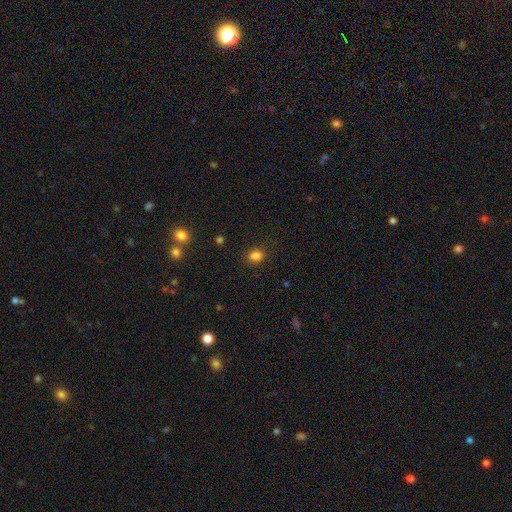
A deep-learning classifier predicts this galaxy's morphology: smooth 81%, star or artifact 14%, featured or disk 5%. Down the decision tree: how rounded — round (51%); merging — none (77%).